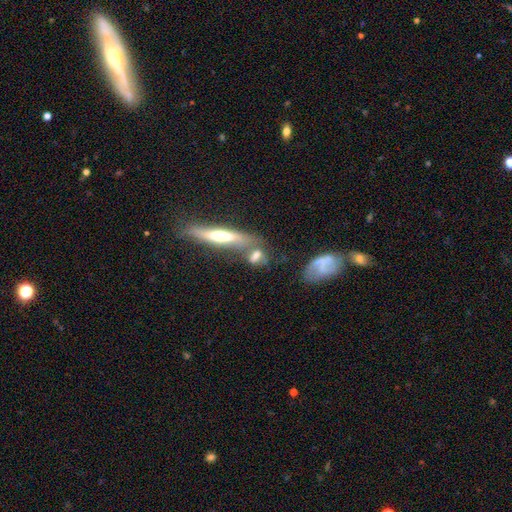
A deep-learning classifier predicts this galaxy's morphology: type=smooth (54%); roundness=in between (57%); merging=merger (42%).